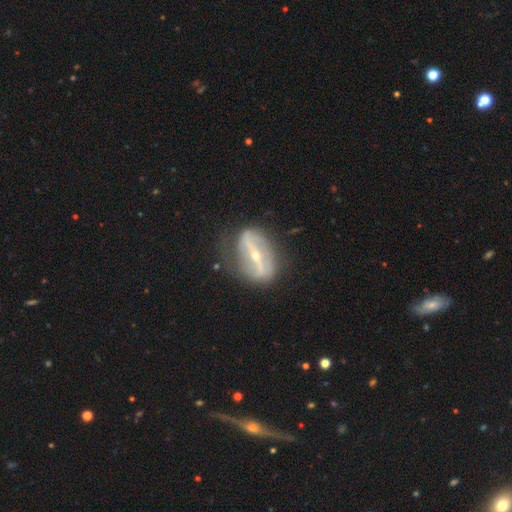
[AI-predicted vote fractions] Smooth or featured: featured or disk — 84% (smooth — 10%)
Edge-on disk: no — 89% (yes — 11%)
Bar: strong — 77% (weak — 15%)
Spiral arms: yes — 72% (no — 28%)
Spiral winding: loose — 43% (medium — 33%)
Spiral arm count: 2 — 81% (can't tell — 11%)
Bulge size: small — 65% (moderate — 32%)
Merging: none — 70% (minor disturbance — 19%)